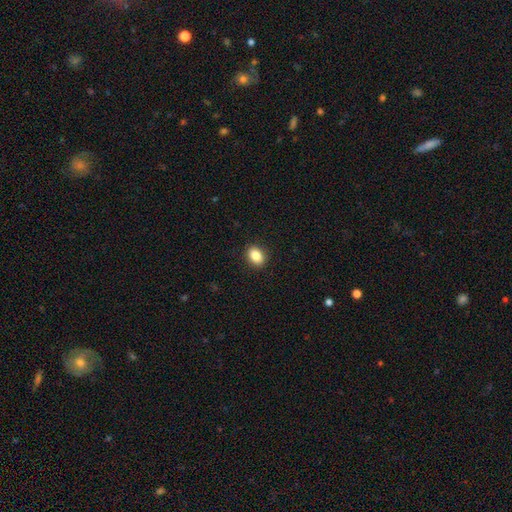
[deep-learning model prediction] Smooth or featured? smooth (86%)
How rounded? in between (68%)
Merging? none (90%)